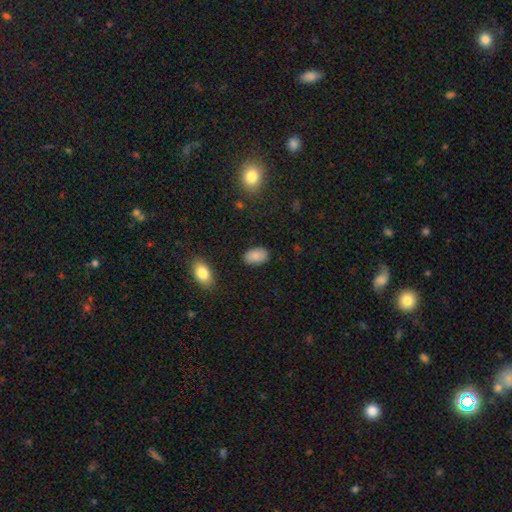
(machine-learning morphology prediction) type=smooth (87%); roundness=in between (92%); merging=none (85%).